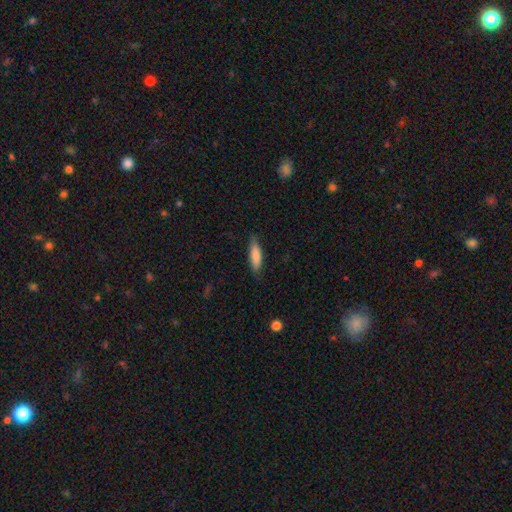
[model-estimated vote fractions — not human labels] The model was most divided on "how rounded": cigar-shaped: 64%, in between: 35%, round: 1%. More confident: merging — none (81%); smooth or featured — smooth (81%).